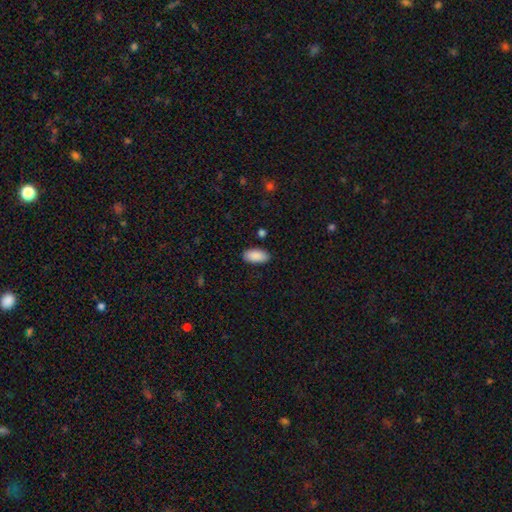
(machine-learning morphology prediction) Smooth or featured? smooth (90%)
How rounded? in between (94%)
Merging? none (87%)